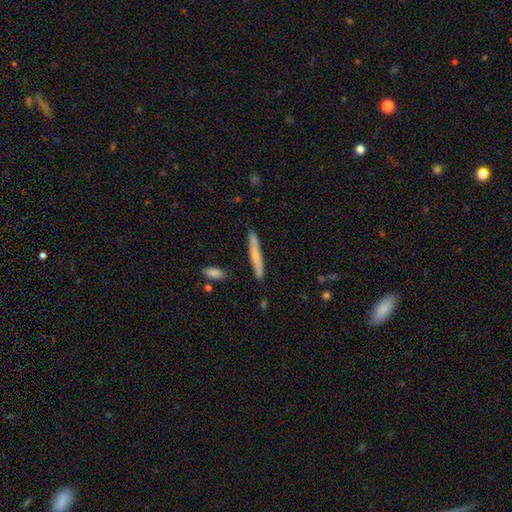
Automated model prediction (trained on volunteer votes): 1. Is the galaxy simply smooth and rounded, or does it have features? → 60% smooth, 34% featured or disk, 6% star or artifact.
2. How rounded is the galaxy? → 95% cigar-shaped, 4% in between, 1% round.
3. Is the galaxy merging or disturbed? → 86% none, 10% minor disturbance, 2% merger, 2% major disturbance.